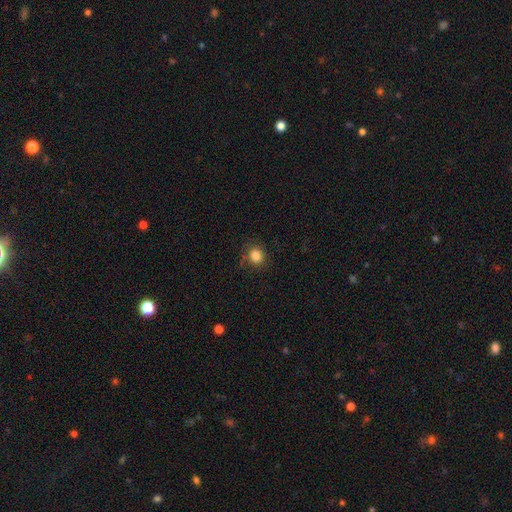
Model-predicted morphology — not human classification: Smooth or featured?
  - smooth: 83% *
  - star or artifact: 11%
  - featured or disk: 5%
How rounded?
  - round: 83% *
  - in between: 16%
  - cigar-shaped: 1%
Merging?
  - none: 79% *
  - minor disturbance: 15%
  - major disturbance: 5%
  - merger: 2%